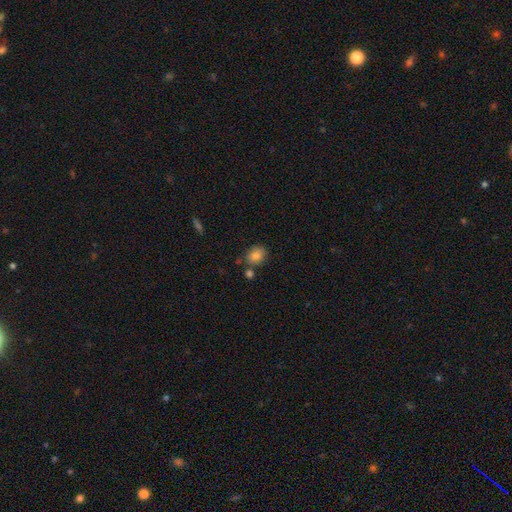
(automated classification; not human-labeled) Smooth or featured? smooth (84%)
How rounded? round (51%)
Merging? none (72%)